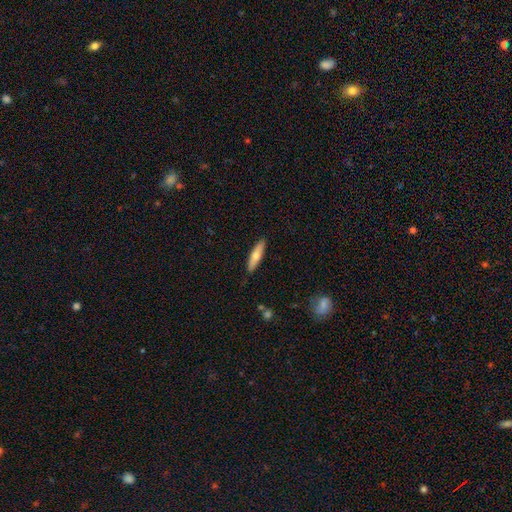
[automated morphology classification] smooth 61%, featured or disk 33%, star or artifact 6%. Down the decision tree: how rounded — cigar-shaped (73%); merging — none (89%).